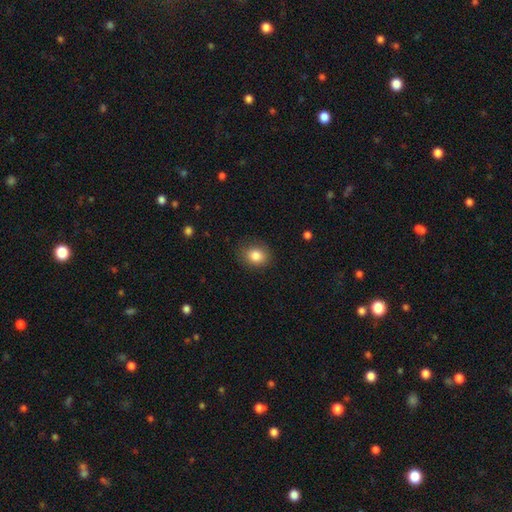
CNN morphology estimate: smooth 84%, star or artifact 9%, featured or disk 6%. Down the decision tree: how rounded — round (58%); merging — none (82%).